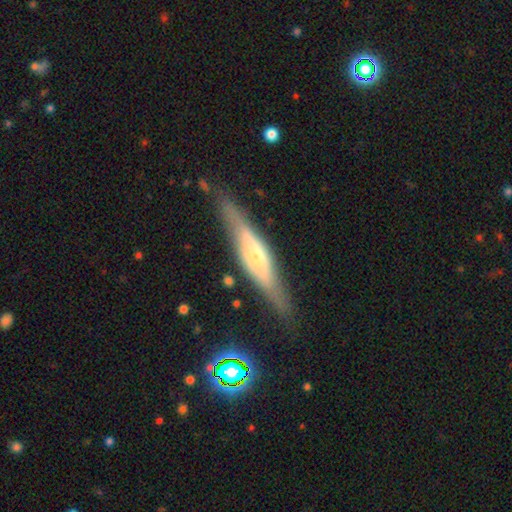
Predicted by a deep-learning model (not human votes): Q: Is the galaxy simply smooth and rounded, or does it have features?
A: featured or disk — 68%.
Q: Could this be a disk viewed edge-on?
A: yes — 91%.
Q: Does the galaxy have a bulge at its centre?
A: rounded — 68%.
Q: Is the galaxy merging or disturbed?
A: none — 82%.